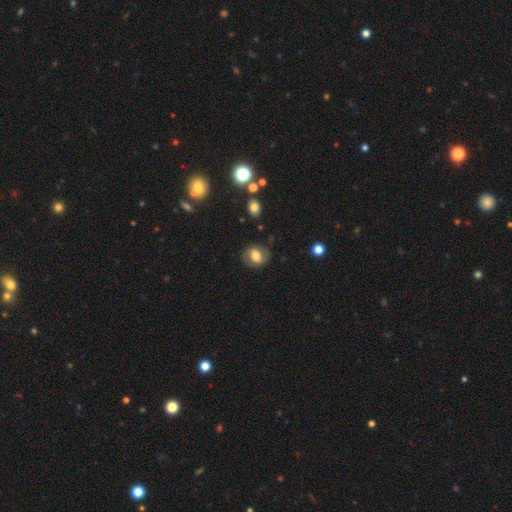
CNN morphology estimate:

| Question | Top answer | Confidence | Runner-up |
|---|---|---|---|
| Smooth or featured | smooth | 63% | featured or disk (28%) |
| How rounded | round | 51% | in between (47%) |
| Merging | none | 77% | minor disturbance (16%) |